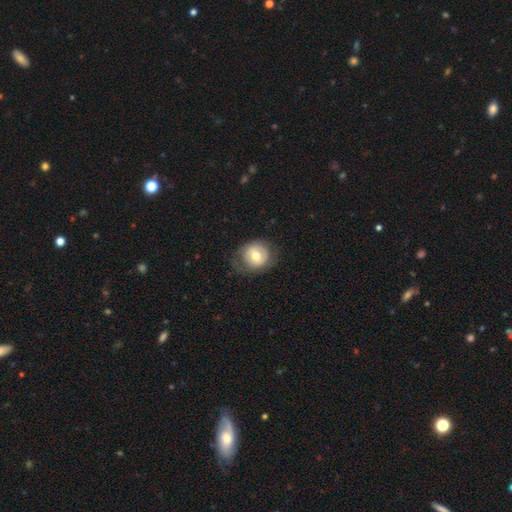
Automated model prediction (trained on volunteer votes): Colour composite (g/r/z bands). It shows a smooth galaxy with no disk features (62%) that is round (79%). Merging: none (67%).